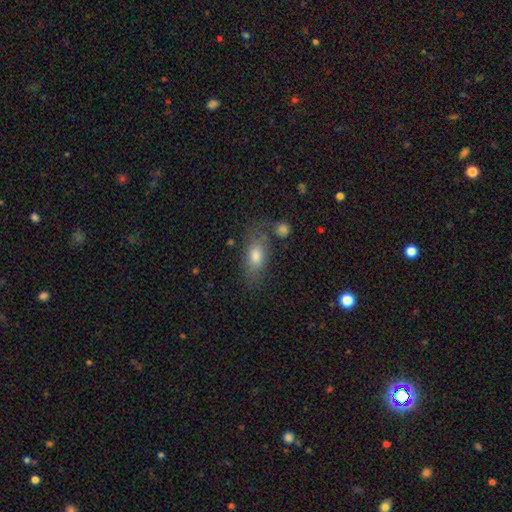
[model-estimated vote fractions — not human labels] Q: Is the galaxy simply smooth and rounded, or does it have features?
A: smooth — 72%.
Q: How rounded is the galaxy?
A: in between — 80%.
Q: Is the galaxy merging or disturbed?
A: none — 64%.